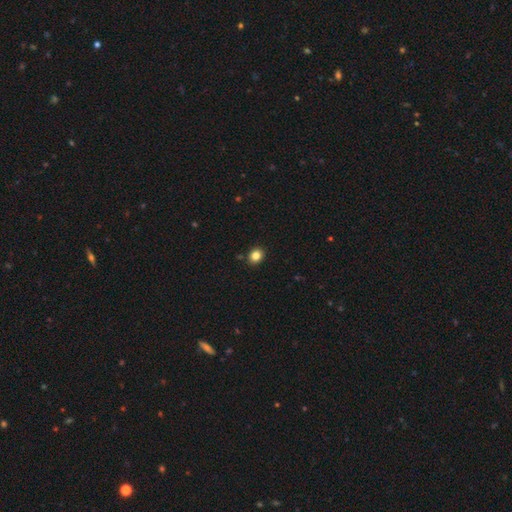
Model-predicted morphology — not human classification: Q: Smooth or featured?
A: smooth (83%); runner-up: star or artifact (11%)
Q: How rounded?
A: round (71%); runner-up: in between (28%)
Q: Merging?
A: none (90%); runner-up: minor disturbance (7%)